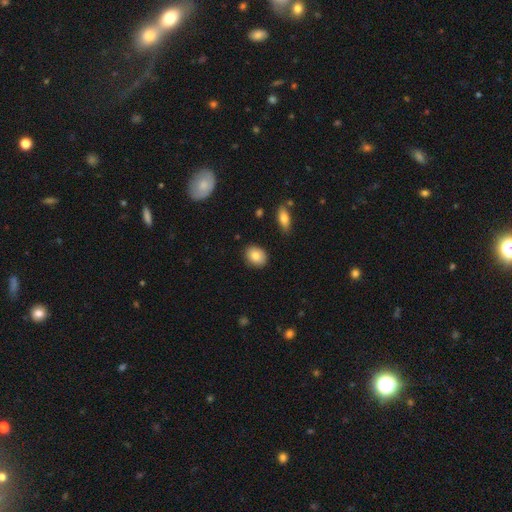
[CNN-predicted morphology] Q: Smooth or featured?
A: smooth (85%); runner-up: featured or disk (8%)
Q: How rounded?
A: in between (56%); runner-up: round (42%)
Q: Merging?
A: none (87%); runner-up: minor disturbance (9%)